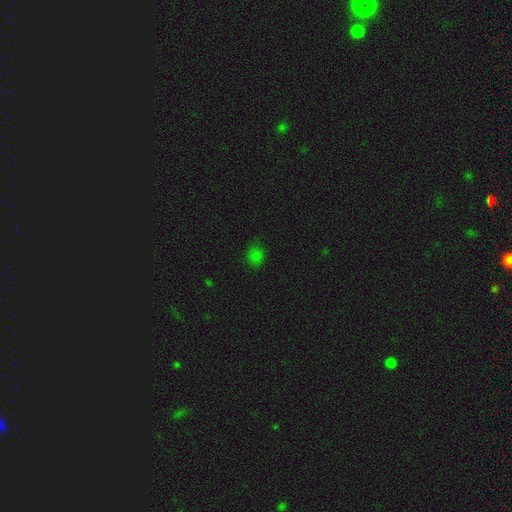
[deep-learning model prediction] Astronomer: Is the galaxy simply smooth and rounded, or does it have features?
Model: smooth — 74%.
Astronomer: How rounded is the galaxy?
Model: round — 58% (runner-up: in between, 41%).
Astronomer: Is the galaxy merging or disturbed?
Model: none — 80%.